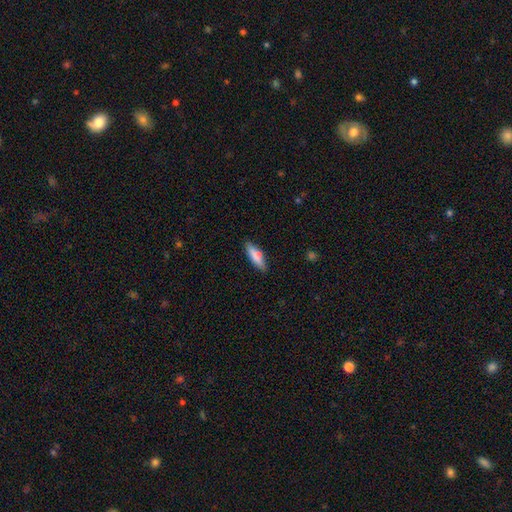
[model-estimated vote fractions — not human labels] Smooth or featured? Predicted: smooth (p=0.78). How rounded? Predicted: cigar-shaped (p=0.56). Merging? Predicted: none (p=0.83).